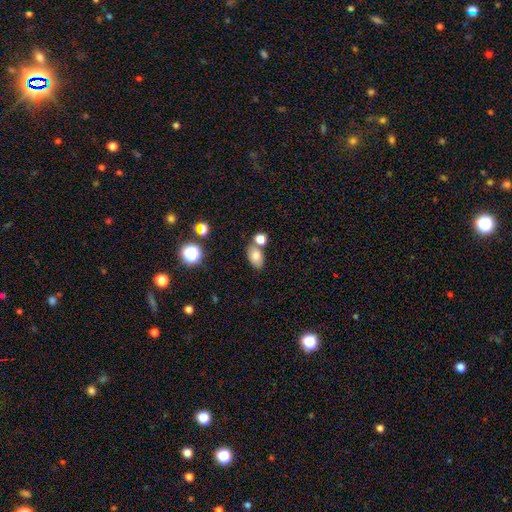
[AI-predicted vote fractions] This appears to be a smooth galaxy with no disk features (76%) that is in between round and cigar-shaped (88%). Merging: none (59%).